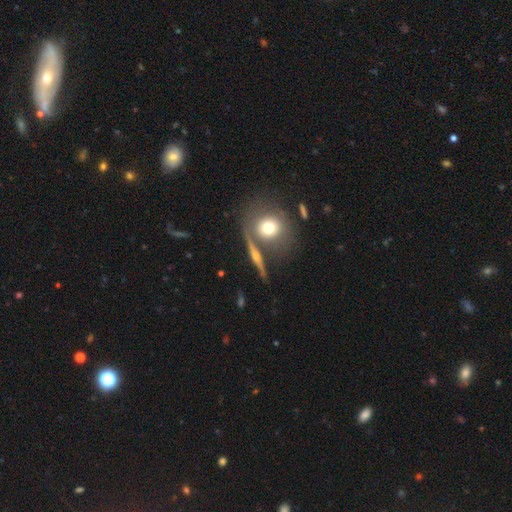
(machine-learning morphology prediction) featured or disk 71%, smooth 20%, star or artifact 9%. Down the decision tree: edge-on disk — yes (90%); edge-on bulge — rounded (92%); merging — none (76%).